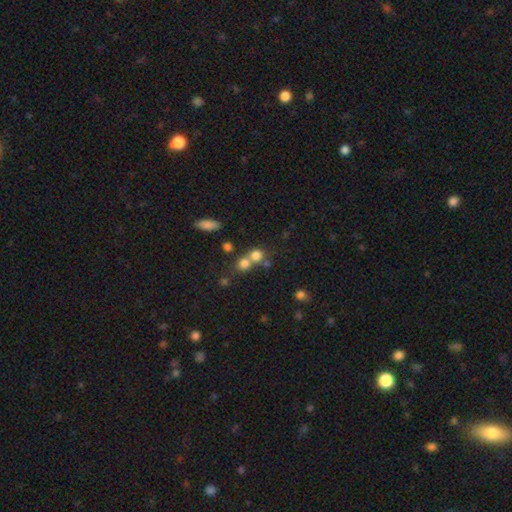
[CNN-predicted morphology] smooth_or_featured: smooth (p=0.74) [alt: star or artifact p=0.15]
how_rounded: round (p=0.82) [alt: in between p=0.16]
merging: merger (p=0.48) [alt: none p=0.42]